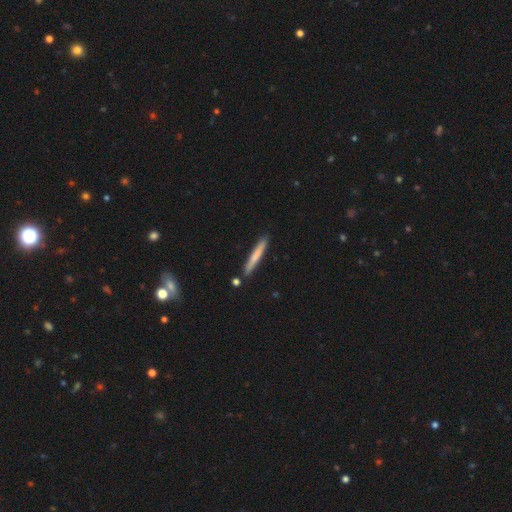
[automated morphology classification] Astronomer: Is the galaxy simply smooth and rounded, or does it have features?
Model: smooth — 71%.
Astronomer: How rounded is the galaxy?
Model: cigar-shaped — 96%.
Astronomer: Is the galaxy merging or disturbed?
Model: none — 86%.